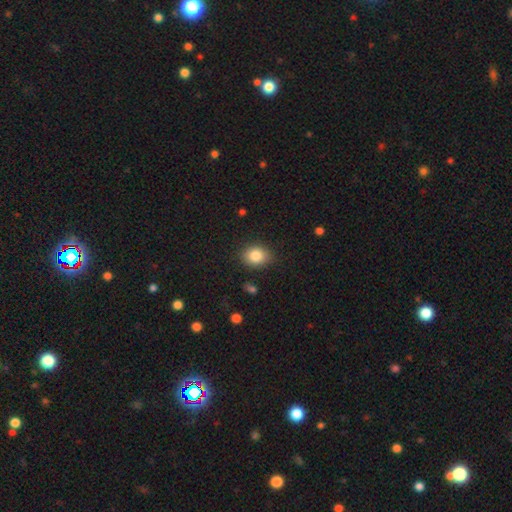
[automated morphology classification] Smooth or featured? smooth (84%)
How rounded? in between (52%)
Merging? none (83%)